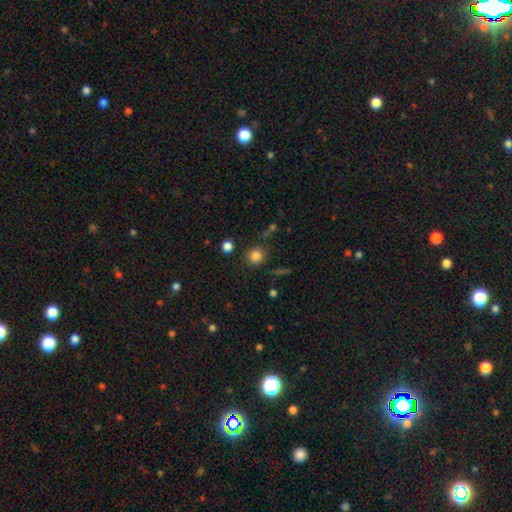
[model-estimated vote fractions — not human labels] Overall: smooth (83%). How rounded: round (86%). Merging: none (82%).